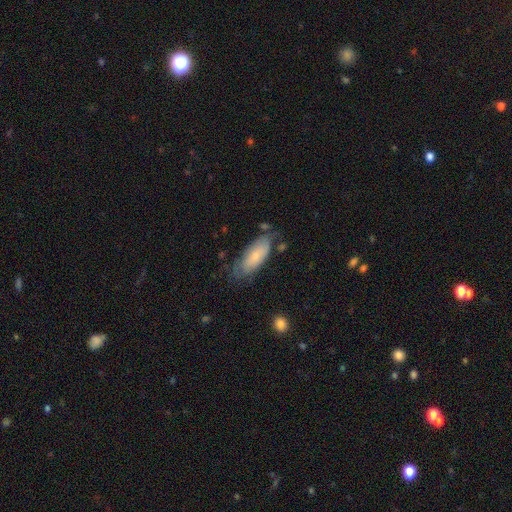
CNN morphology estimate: A smooth galaxy with no disk features (70%) that is in between round and cigar-shaped (77%). Merging: none (59%).